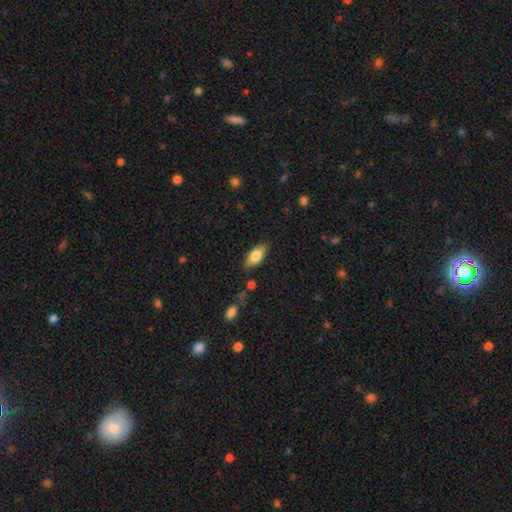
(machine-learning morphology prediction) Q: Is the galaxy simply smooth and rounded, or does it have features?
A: smooth — 79%.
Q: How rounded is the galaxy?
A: in between — 85%.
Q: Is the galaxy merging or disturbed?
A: none — 82%.